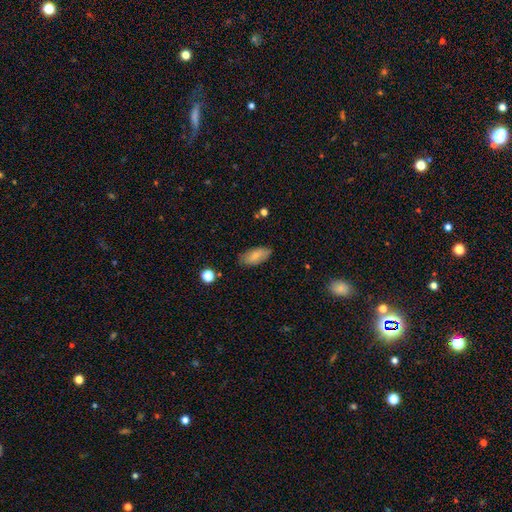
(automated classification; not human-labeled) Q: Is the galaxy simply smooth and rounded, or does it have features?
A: smooth — 77%.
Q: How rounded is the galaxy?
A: in between — 90%.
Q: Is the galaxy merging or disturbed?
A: none — 79%.